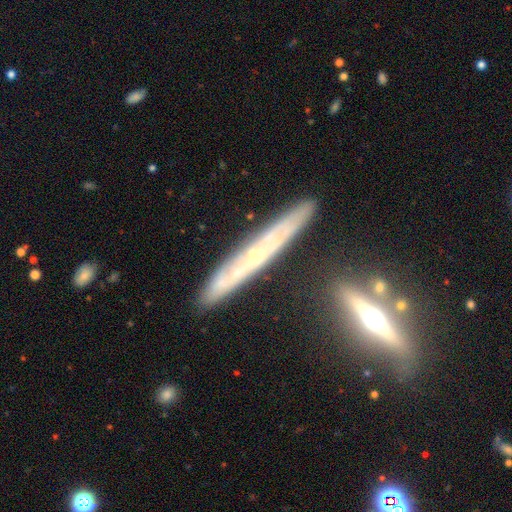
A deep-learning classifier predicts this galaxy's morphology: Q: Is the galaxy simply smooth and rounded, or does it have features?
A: featured or disk — 70%.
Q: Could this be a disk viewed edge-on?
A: yes — 85%.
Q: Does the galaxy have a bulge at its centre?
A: rounded — 48%.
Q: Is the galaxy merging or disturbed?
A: none — 82%.